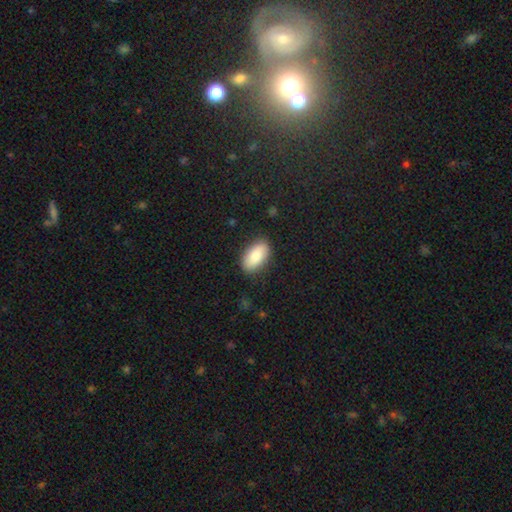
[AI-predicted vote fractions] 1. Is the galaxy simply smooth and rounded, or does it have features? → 85% smooth, 9% featured or disk, 6% star or artifact.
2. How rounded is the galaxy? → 93% in between, 3% cigar-shaped, 3% round.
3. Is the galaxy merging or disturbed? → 86% none, 11% minor disturbance, 3% major disturbance, 1% merger.